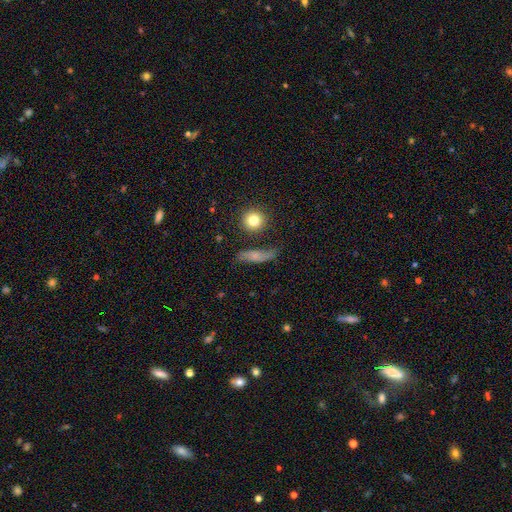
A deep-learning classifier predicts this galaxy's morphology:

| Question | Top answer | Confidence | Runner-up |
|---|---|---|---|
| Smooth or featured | smooth | 55% | featured or disk (35%) |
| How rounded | cigar-shaped | 51% | in between (38%) |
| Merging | none | 65% | minor disturbance (22%) |